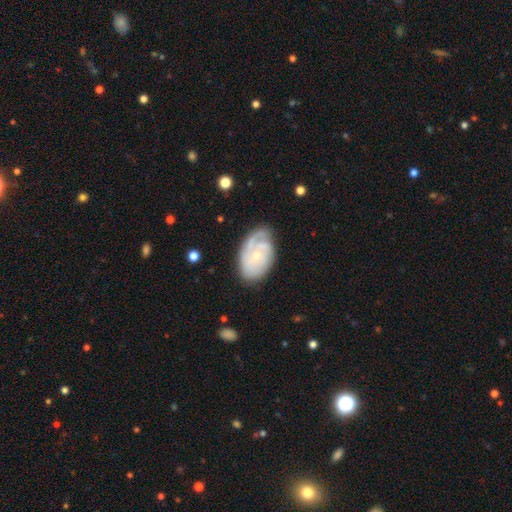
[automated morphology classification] smooth-or-featured: featured or disk: 72% | smooth: 23% | star or artifact: 6%
  disk-edge-on: no: 96% | yes: 4%
    bar: no: 78% | weak: 19% | strong: 3%
    has-spiral-arms: yes: 86% | no: 14%
      spiral-winding: tight: 62% | medium: 27% | loose: 11%
      spiral-arm-count: can't tell: 36% | 1: 24% | 2: 23% | 3: 11% | 4: 4% | more than 4: 3%
    bulge-size: small: 73% | moderate: 23% | none: 2% | large: 1% | dominant: 1%
  merging: none: 63% | minor disturbance: 24% | major disturbance: 11% | merger: 3%